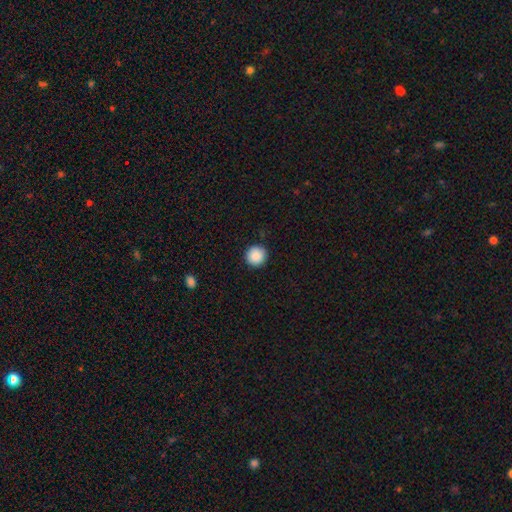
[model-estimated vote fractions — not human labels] smooth_or_featured: smooth (p=0.89) [alt: star or artifact p=0.08]
how_rounded: round (p=0.96) [alt: in between p=0.03]
merging: none (p=0.92) [alt: minor disturbance p=0.05]